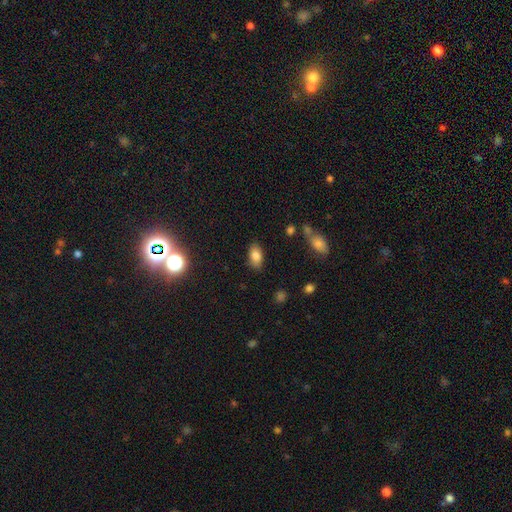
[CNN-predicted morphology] type=smooth (81%); roundness=in between (90%); merging=none (83%).